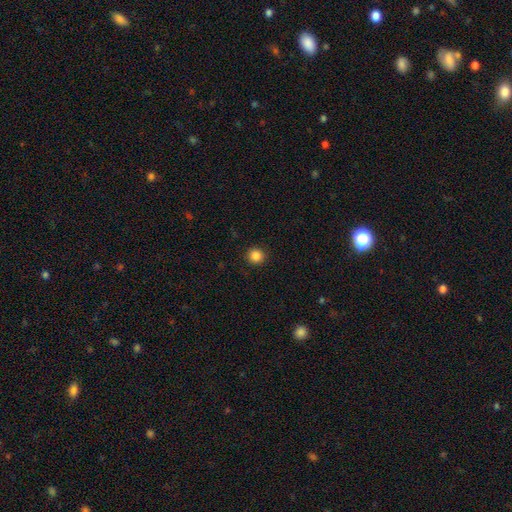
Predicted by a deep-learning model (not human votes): smooth_or_featured: smooth (p=0.86) [alt: star or artifact p=0.10]
how_rounded: round (p=0.94) [alt: in between p=0.05]
merging: none (p=0.92) [alt: minor disturbance p=0.05]